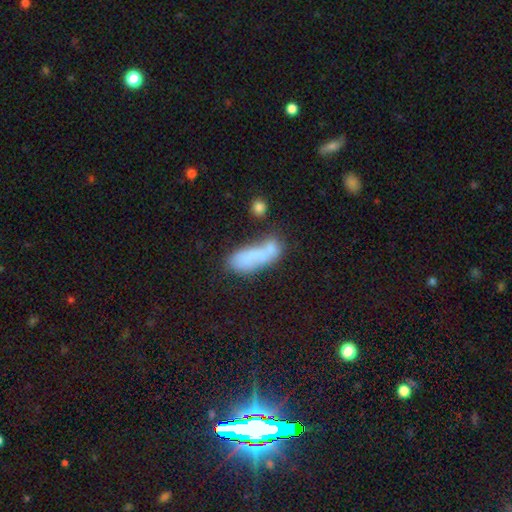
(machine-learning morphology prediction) Smooth or featured? smooth (65%)
How rounded? in between (61%)
Merging? none (33%, tied with merger)